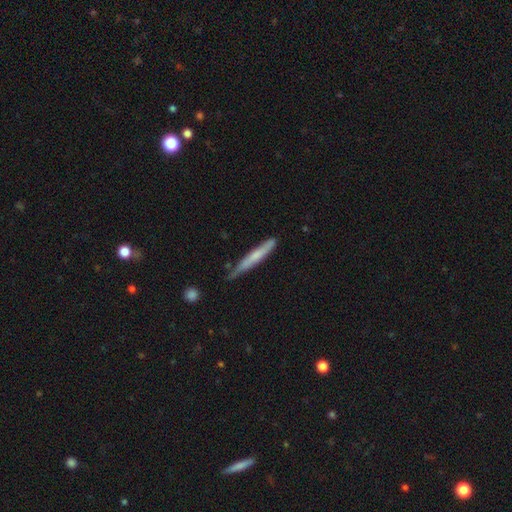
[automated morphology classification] Overall: smooth (57%; featured or disk 37%). How rounded: cigar-shaped (95%). Merging: none (68%).